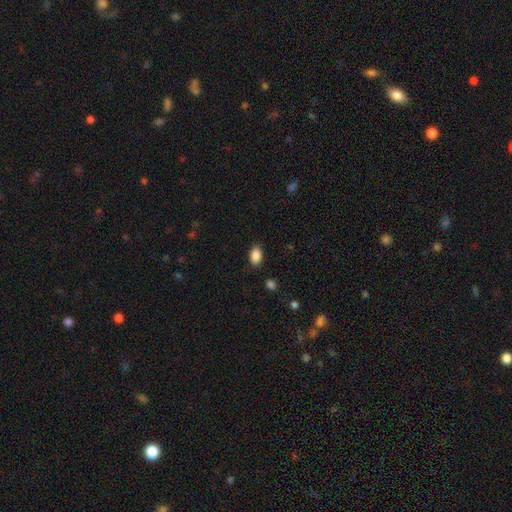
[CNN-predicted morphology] Q: Smooth or featured?
A: smooth (88%); runner-up: star or artifact (8%)
Q: How rounded?
A: in between (90%); runner-up: round (8%)
Q: Merging?
A: none (86%); runner-up: minor disturbance (10%)